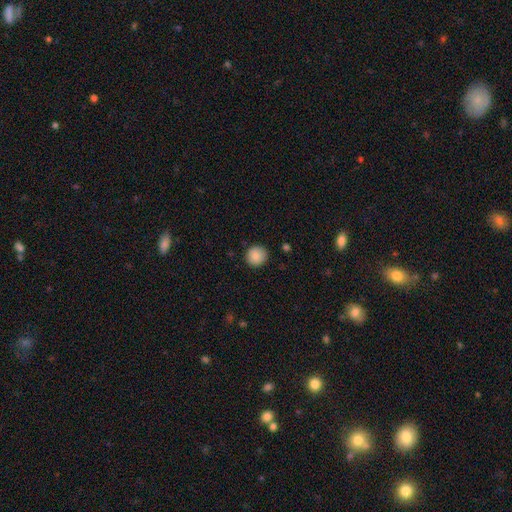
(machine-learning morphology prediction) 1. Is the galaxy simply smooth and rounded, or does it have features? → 88% smooth, 8% star or artifact, 4% featured or disk.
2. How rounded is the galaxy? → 92% round, 7% in between, 1% cigar-shaped.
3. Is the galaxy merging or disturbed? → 90% none, 7% minor disturbance, 2% major disturbance, 1% merger.